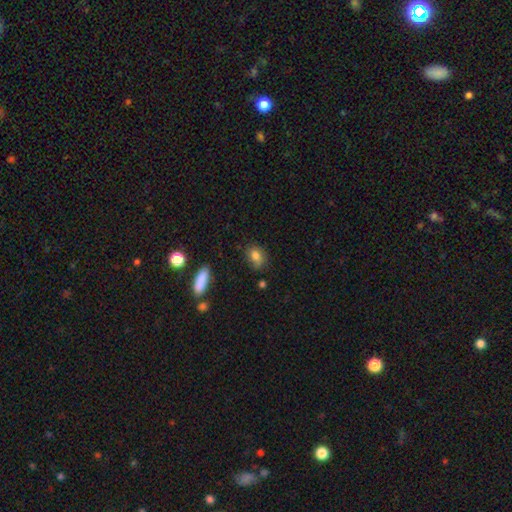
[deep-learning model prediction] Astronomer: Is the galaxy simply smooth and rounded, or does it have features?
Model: smooth — 81%.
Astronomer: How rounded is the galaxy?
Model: in between — 69%.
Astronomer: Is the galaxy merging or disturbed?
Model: none — 68%.